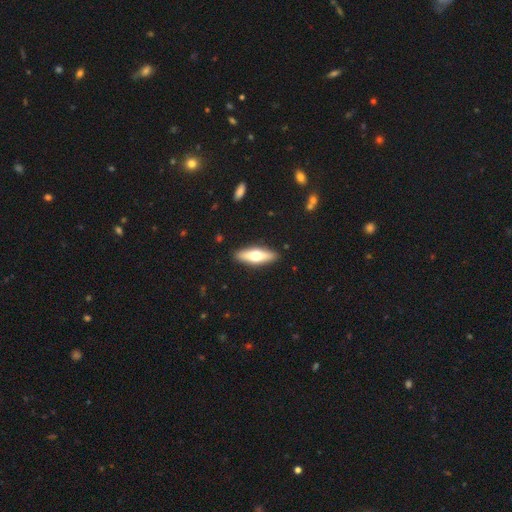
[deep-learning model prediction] Overall: smooth (55%; featured or disk 40%). How rounded: cigar-shaped (53%; in between 45%). Merging: none (90%).